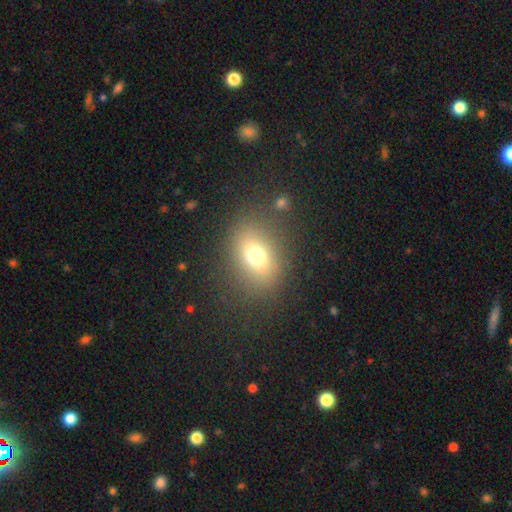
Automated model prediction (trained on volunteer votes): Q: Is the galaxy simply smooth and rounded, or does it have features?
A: smooth — 69%.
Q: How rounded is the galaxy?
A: in between — 62%.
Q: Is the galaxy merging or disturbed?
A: none — 81%.